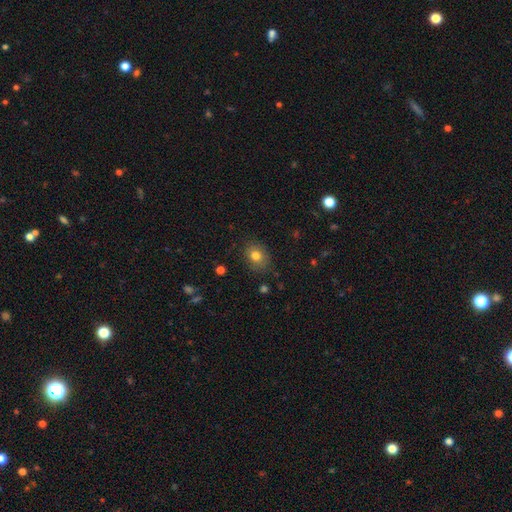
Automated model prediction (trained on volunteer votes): smooth 80%, star or artifact 11%, featured or disk 9%. Down the decision tree: how rounded — in between (52%); merging — none (81%).